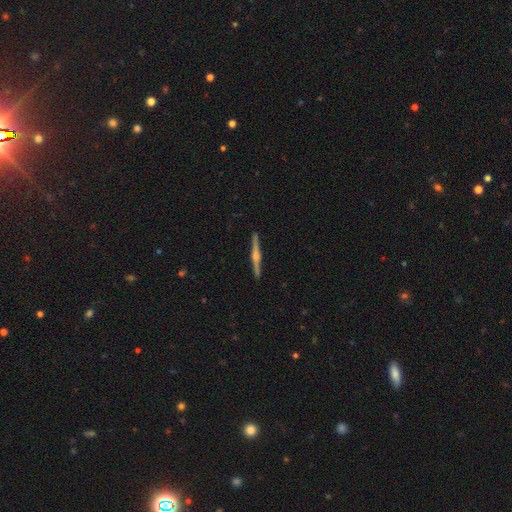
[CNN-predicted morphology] The model was most divided on "smooth or featured": featured or disk: 78%, smooth: 16%, star or artifact: 6%. More confident: edge-on disk — yes (98%); merging — none (91%); edge-on bulge — rounded (84%).